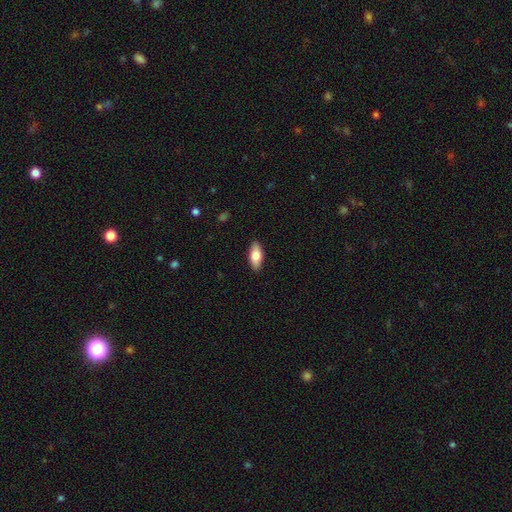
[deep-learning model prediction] The model was most divided on "smooth or featured": smooth: 75%, featured or disk: 19%, star or artifact: 6%. More confident: merging — none (89%); how rounded — in between (81%).